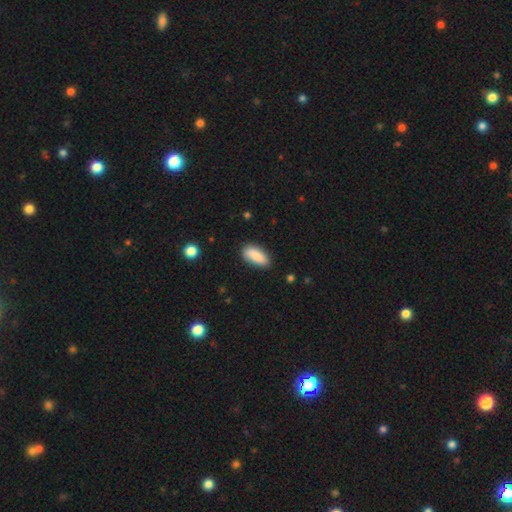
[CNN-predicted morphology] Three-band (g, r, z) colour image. It shows a smooth galaxy with no disk features (87%) that is in between round and cigar-shaped (83%). Merging: none (79%).